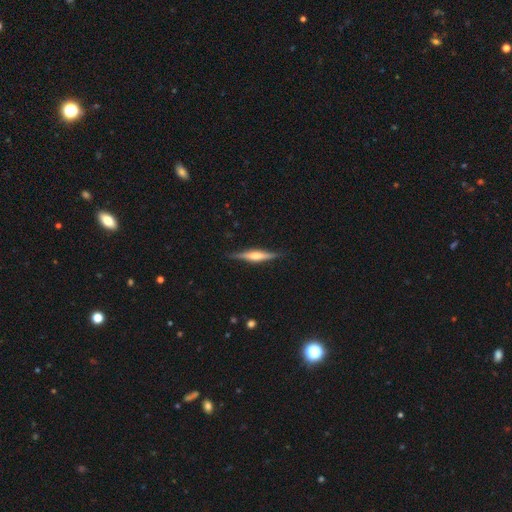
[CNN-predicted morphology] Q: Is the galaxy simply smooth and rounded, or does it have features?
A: featured or disk — 67%.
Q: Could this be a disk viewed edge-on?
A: yes — 97%.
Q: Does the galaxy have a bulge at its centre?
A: rounded — 73%.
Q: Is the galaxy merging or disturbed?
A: none — 87%.